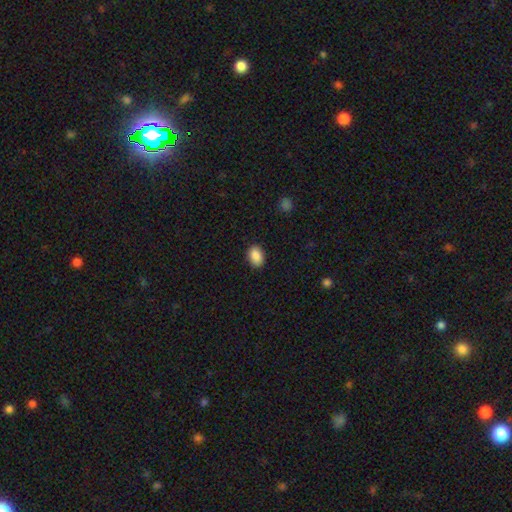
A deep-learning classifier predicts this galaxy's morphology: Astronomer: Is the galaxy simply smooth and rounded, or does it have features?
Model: smooth — 89%.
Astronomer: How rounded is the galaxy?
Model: in between — 83%.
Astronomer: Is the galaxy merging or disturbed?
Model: none — 88%.